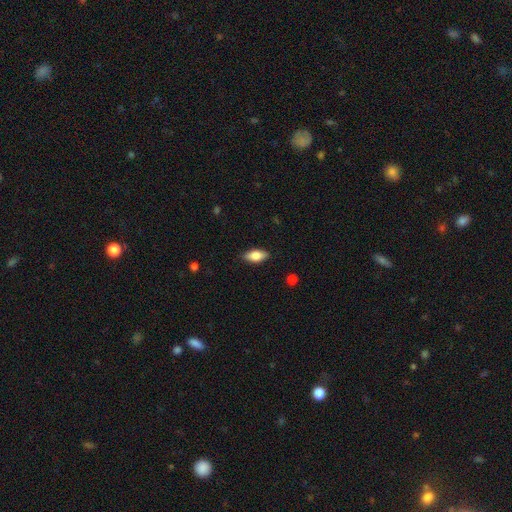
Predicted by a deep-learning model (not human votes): Smooth or featured?
  - smooth: 78% *
  - featured or disk: 16%
  - star or artifact: 6%
How rounded?
  - in between: 87% *
  - cigar-shaped: 10%
  - round: 3%
Merging?
  - none: 87% *
  - minor disturbance: 10%
  - major disturbance: 2%
  - merger: 1%